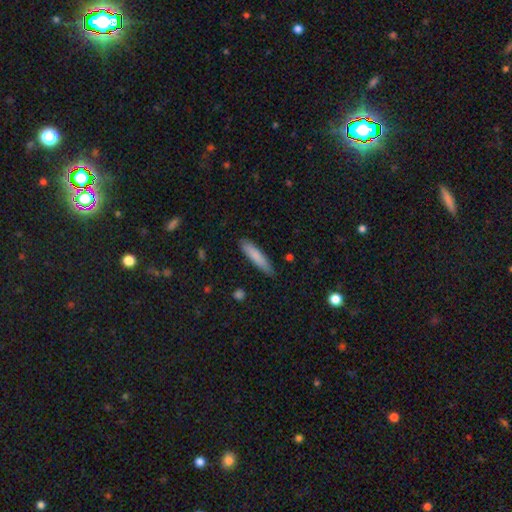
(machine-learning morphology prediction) The model was most divided on "how rounded": cigar-shaped: 83%, in between: 16%, round: 1%. More confident: merging — none (82%); smooth or featured — smooth (82%).